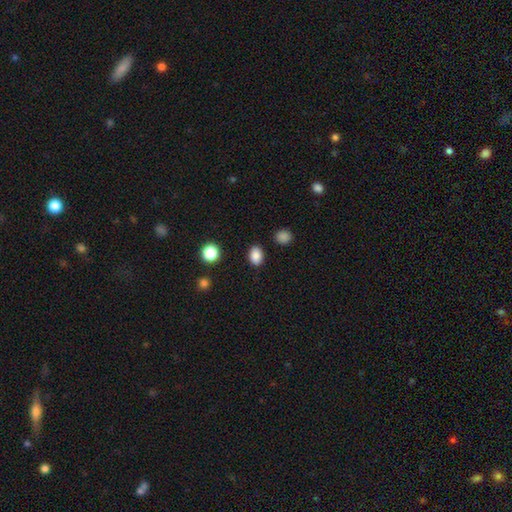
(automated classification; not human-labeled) Smooth or featured? smooth (86%)
How rounded? in between (74%)
Merging? none (87%)